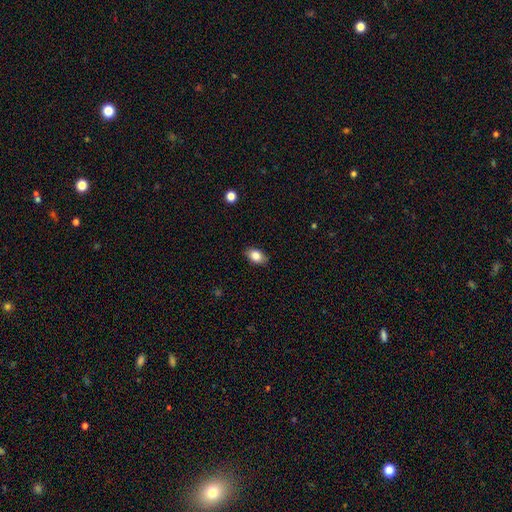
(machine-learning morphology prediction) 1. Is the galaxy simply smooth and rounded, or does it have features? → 84% smooth, 8% featured or disk, 8% star or artifact.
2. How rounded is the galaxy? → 87% in between, 11% round, 2% cigar-shaped.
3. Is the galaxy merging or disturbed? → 86% none, 11% minor disturbance, 2% major disturbance, 1% merger.